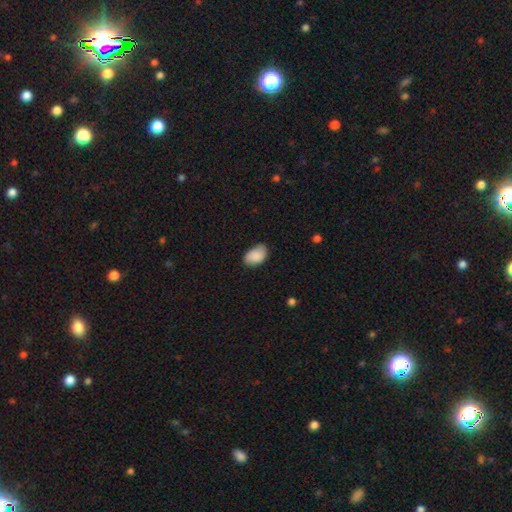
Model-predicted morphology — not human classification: This appears to be a smooth galaxy with no disk features (87%) that is in between round and cigar-shaped (89%). Merging: none (71%).